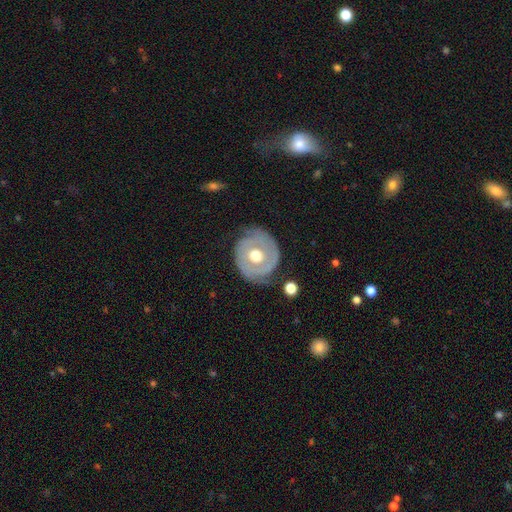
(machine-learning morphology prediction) Smooth or featured?
  - featured or disk: 68% *
  - smooth: 27%
  - star or artifact: 5%
Edge-on disk?
  - no: 97% *
  - yes: 3%
Bar?
  - no: 83% *
  - weak: 13%
  - strong: 4%
Spiral arms?
  - yes: 58% *
  - no: 42%
Bulge size?
  - moderate: 80% *
  - large: 12%
  - small: 6%
  - dominant: 1%
  - none: 1%
Merging?
  - none: 64% *
  - minor disturbance: 23%
  - major disturbance: 10%
  - merger: 3%